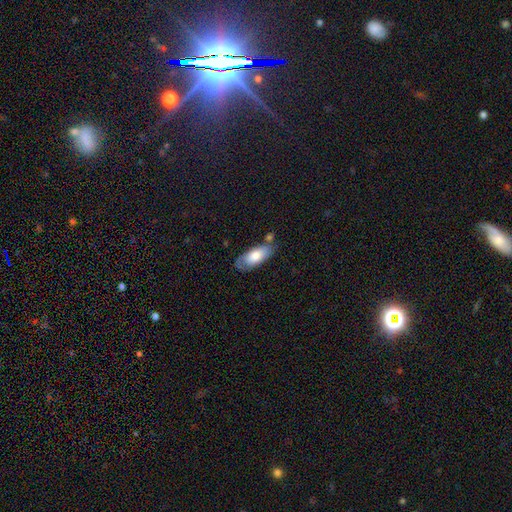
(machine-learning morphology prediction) type=smooth (70%); roundness=in between (85%); merging=none (58%).